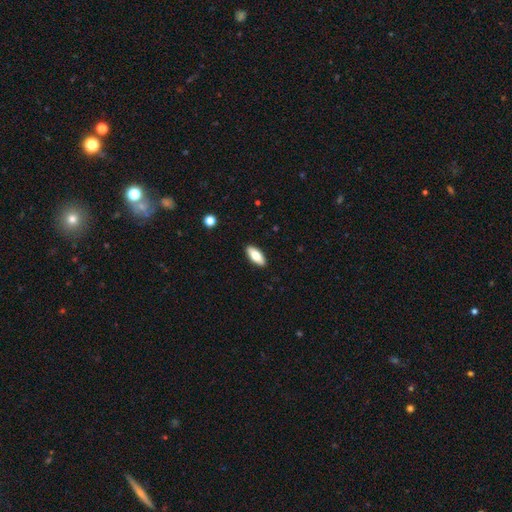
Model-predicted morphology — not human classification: smooth 76%, featured or disk 18%, star or artifact 6%. Down the decision tree: how rounded — in between (80%); merging — none (90%).